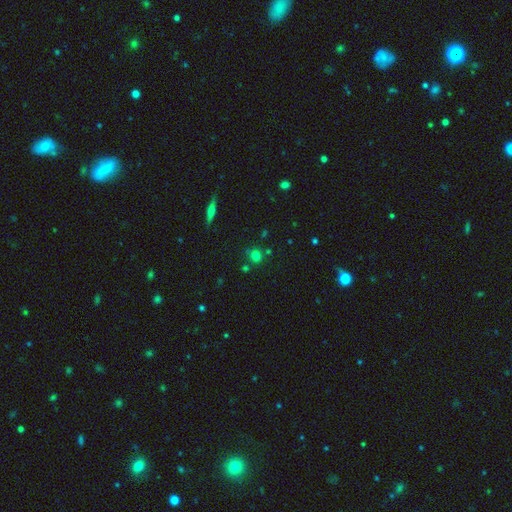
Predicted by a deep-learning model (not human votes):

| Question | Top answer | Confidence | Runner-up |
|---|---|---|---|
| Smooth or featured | smooth | 69% | star or artifact (22%) |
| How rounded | round | 85% | in between (13%) |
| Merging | none | 75% | minor disturbance (11%) |